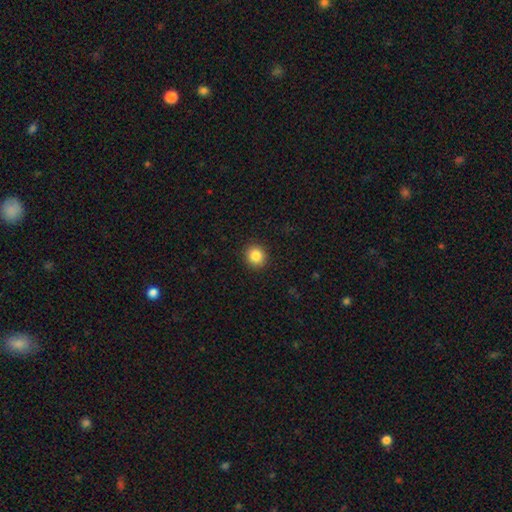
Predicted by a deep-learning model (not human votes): A smooth galaxy with no disk features (86%) that is round (87%). Merging: none (92%).